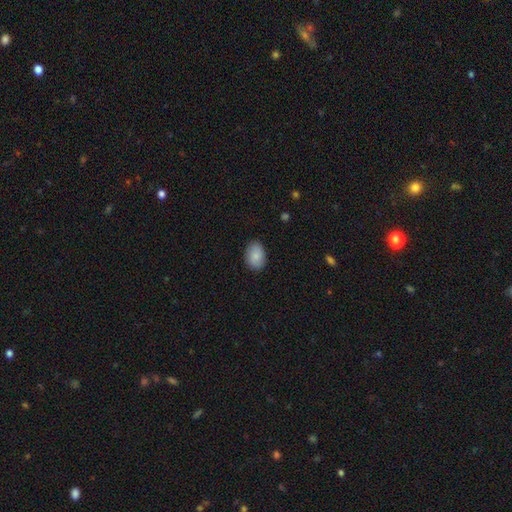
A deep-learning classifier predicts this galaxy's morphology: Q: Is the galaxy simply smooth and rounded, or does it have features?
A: smooth — 86%.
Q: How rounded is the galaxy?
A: in between — 81%.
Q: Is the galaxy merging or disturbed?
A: none — 87%.